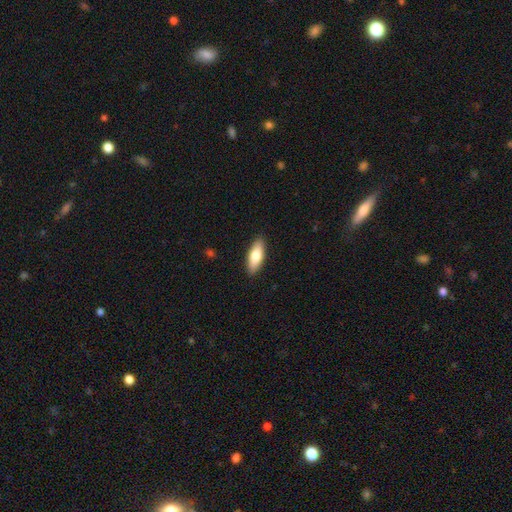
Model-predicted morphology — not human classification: type=smooth (77%); roundness=in between (72%); merging=none (89%).